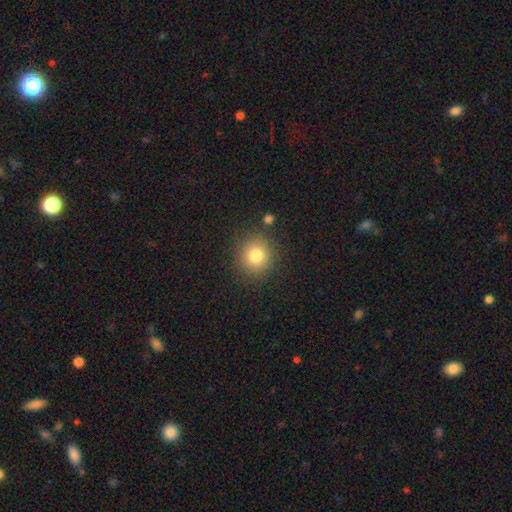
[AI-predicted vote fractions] Q: Smooth or featured?
A: smooth (80%); runner-up: star or artifact (11%)
Q: How rounded?
A: round (88%); runner-up: in between (11%)
Q: Merging?
A: none (85%); runner-up: minor disturbance (9%)